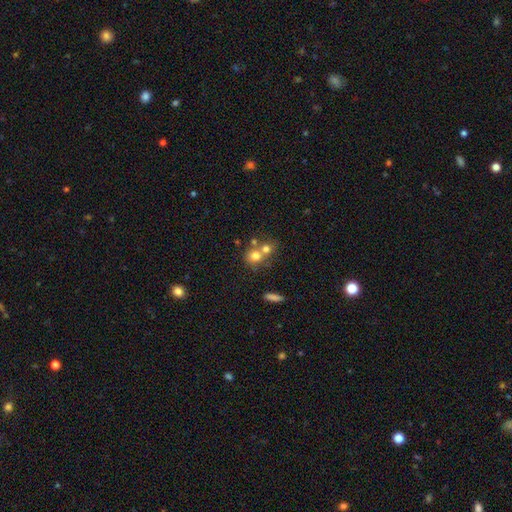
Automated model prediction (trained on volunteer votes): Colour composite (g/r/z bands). It shows a smooth galaxy with no disk features (70%) that is round (77%). Merging: merger (55%).